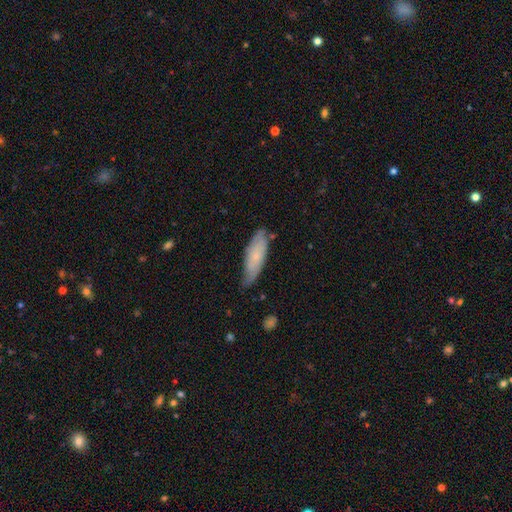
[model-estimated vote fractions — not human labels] The model was most divided on "how rounded": in between: 58%, cigar-shaped: 40%, round: 2%. More confident: merging — none (63%); smooth or featured — smooth (56%).